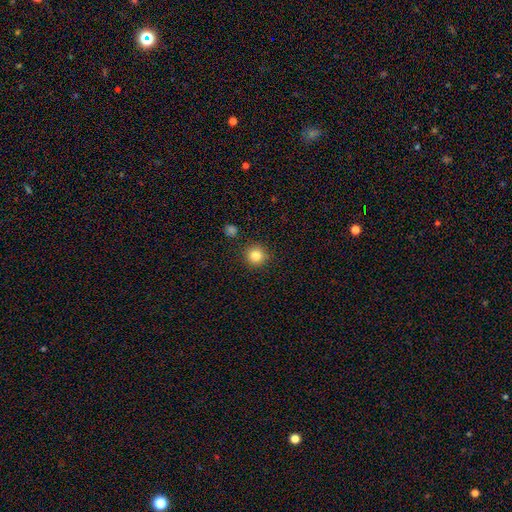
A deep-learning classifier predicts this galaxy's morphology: A smooth galaxy with no disk features (83%) that is round (94%).

Vote fractions:
- Smooth or featured? smooth: 83% / star or artifact: 11% / featured or disk: 6%
- How rounded? round: 94% / in between: 5% / cigar-shaped: 1%
- Merging? none: 90% / minor disturbance: 6% / major disturbance: 2% / merger: 2%